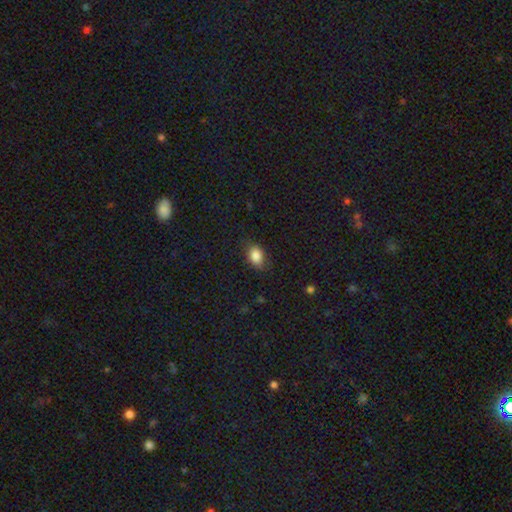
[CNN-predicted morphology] A smooth galaxy with no disk features (85%) that is in between round and cigar-shaped (79%). Merging: none (78%).